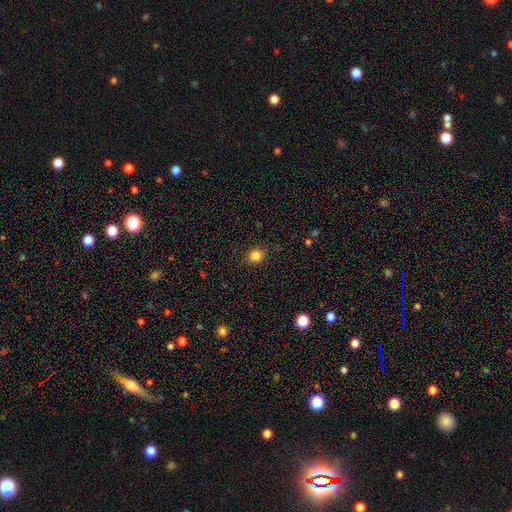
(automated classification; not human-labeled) This appears to be a smooth galaxy with no disk features (84%) that is round (81%). Merging: none (87%).